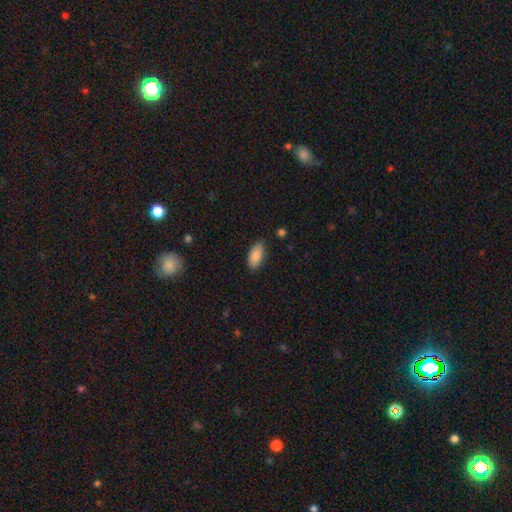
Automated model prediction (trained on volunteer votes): Smooth or featured?
  - smooth: 88% *
  - star or artifact: 6%
  - featured or disk: 6%
How rounded?
  - in between: 92% *
  - cigar-shaped: 6%
  - round: 2%
Merging?
  - none: 84% *
  - minor disturbance: 13%
  - major disturbance: 2%
  - merger: 1%